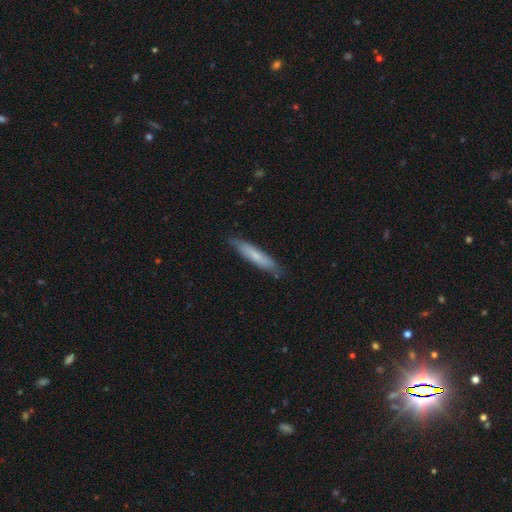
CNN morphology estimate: Smooth or featured: smooth — 68% (featured or disk — 27%)
How rounded: cigar-shaped — 88% (in between — 11%)
Merging: none — 82% (minor disturbance — 14%)